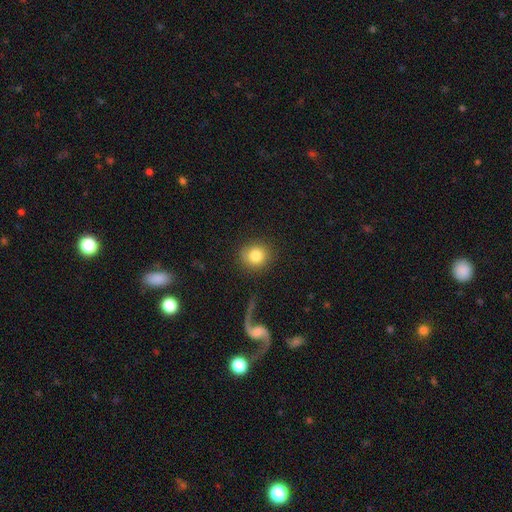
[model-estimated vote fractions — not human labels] Overall: smooth (82%). How rounded: round (88%). Merging: none (84%).